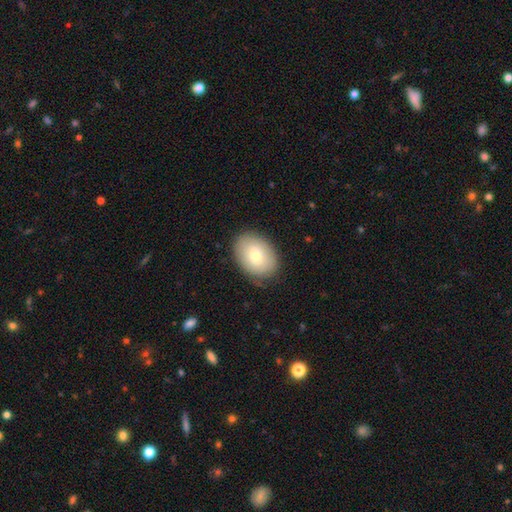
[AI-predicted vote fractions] Smooth or featured? smooth (72%)
How rounded? in between (78%)
Merging? none (82%)